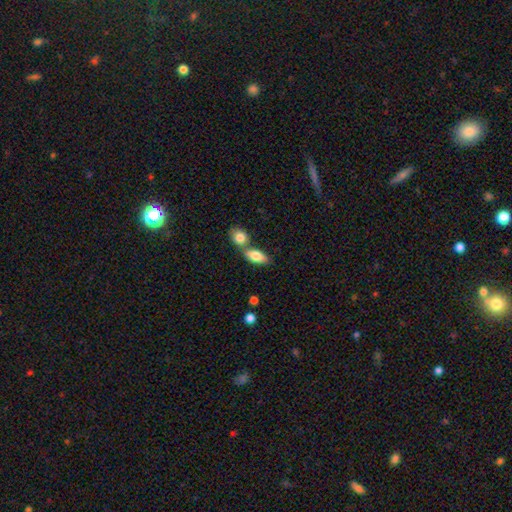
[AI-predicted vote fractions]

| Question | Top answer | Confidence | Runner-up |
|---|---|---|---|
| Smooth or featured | smooth | 80% | featured or disk (13%) |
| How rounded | in between | 86% | cigar-shaped (8%) |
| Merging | merger | 46% | none (42%) |